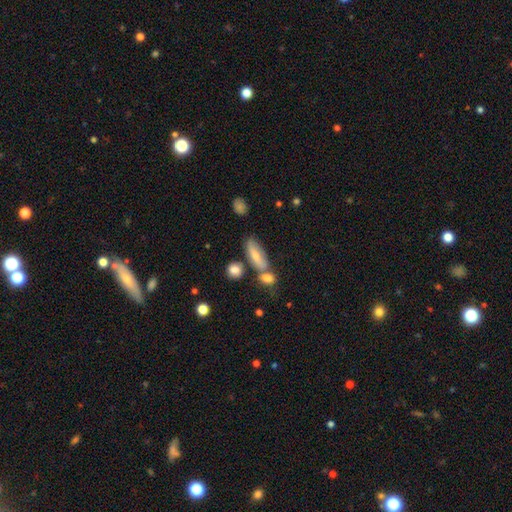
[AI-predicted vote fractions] This is likely a smooth galaxy (64%). How rounded: possibly in between (60%). Merging: possibly none (54%).